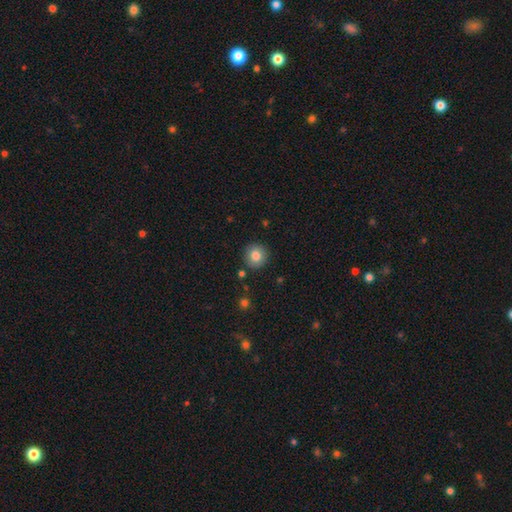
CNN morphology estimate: Smooth or featured? smooth (82%)
How rounded? round (93%)
Merging? none (89%)